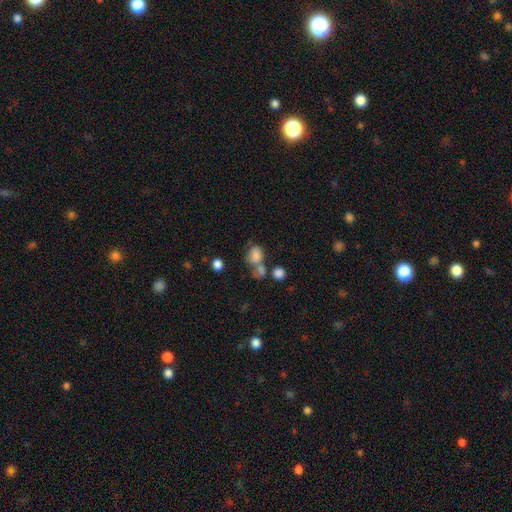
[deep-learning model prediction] Q: Smooth or featured?
A: smooth (75%); runner-up: featured or disk (14%)
Q: How rounded?
A: in between (56%); runner-up: round (43%)
Q: Merging?
A: merger (38%); runner-up: none (34%)